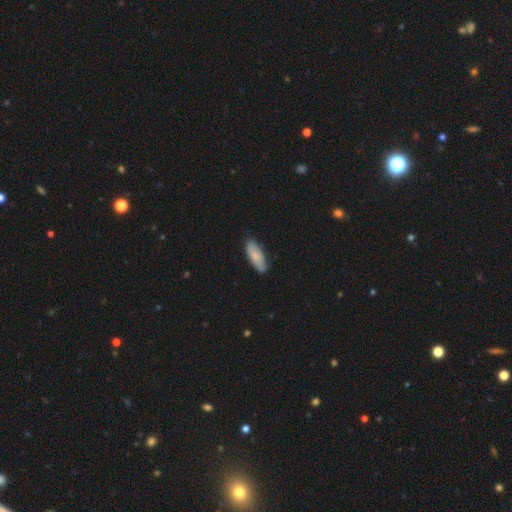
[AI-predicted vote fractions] Q: Smooth or featured?
A: smooth (79%); runner-up: featured or disk (15%)
Q: How rounded?
A: in between (64%); runner-up: cigar-shaped (34%)
Q: Merging?
A: none (77%); runner-up: minor disturbance (19%)